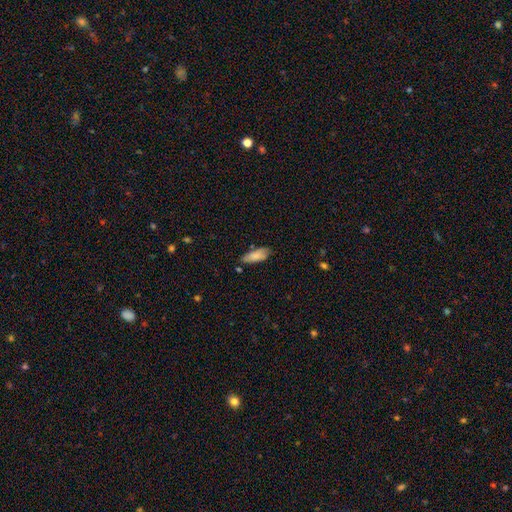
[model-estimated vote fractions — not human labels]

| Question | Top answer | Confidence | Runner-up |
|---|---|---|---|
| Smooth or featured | smooth | 79% | featured or disk (14%) |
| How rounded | in between | 73% | cigar-shaped (26%) |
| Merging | none | 70% | minor disturbance (22%) |